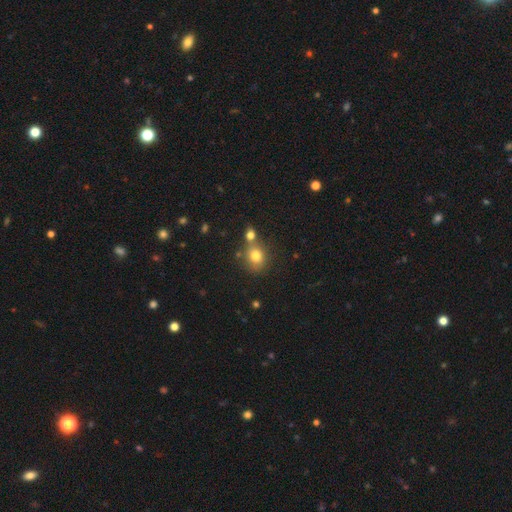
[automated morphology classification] The model was most divided on "merging": none: 59%, merger: 26%, minor disturbance: 11%, major disturbance: 4%. More confident: smooth or featured — smooth (77%); how rounded — round (75%).